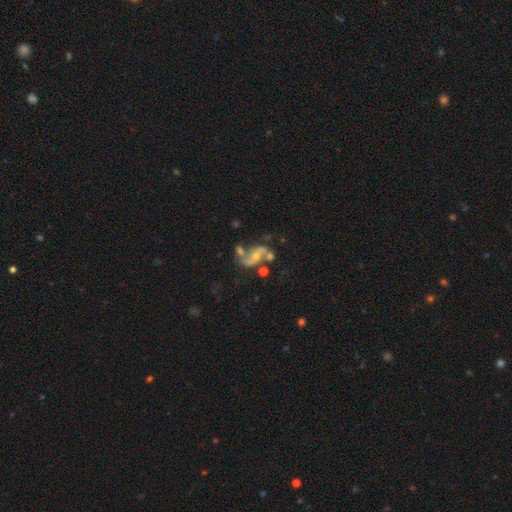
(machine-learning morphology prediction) This appears to be a featured or disk galaxy (82%) with no bar (56%), 2 (91%) loose (61%) spiral arms (92%) and a moderate central bulge (49%). Merging: none (46%).